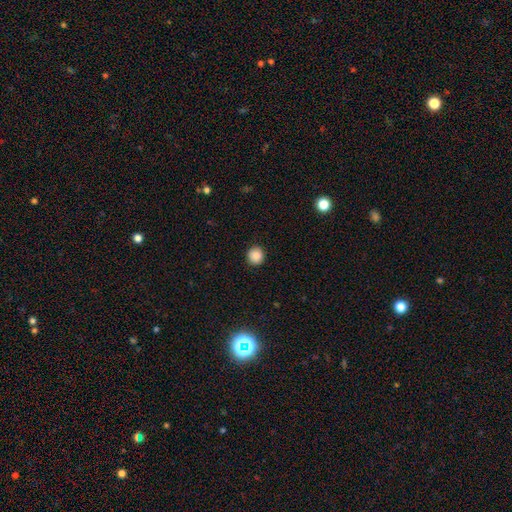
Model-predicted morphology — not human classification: The model was most divided on "smooth or featured": smooth: 87%, star or artifact: 10%, featured or disk: 4%. More confident: merging — none (91%); how rounded — round (90%).